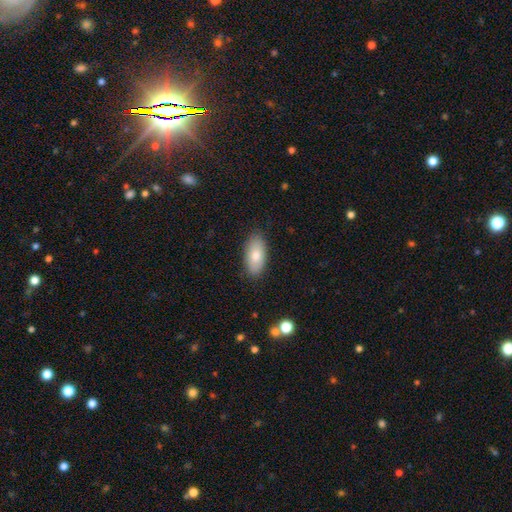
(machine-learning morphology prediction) Smooth or featured: smooth — 81% (featured or disk — 13%)
How rounded: in between — 91% (cigar-shaped — 6%)
Merging: none — 85% (minor disturbance — 11%)